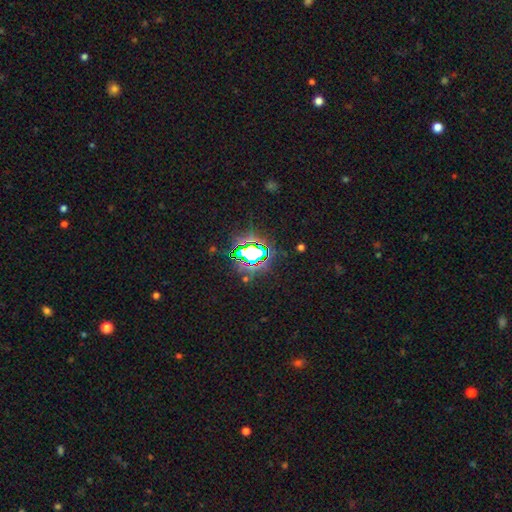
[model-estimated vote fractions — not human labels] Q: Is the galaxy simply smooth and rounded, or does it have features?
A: star or artifact — 75%.